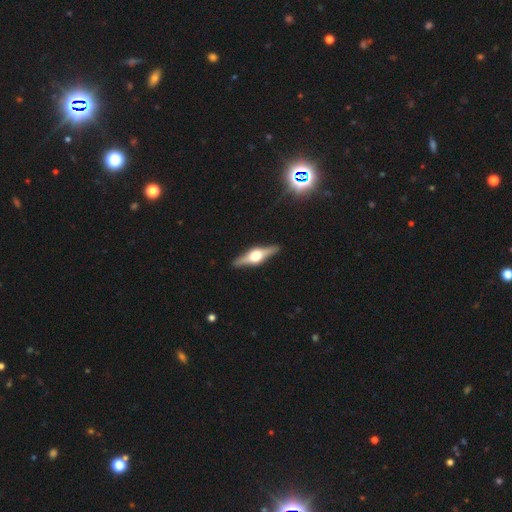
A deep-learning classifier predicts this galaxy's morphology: Smooth or featured: featured or disk — 80% (smooth — 14%)
Edge-on disk: yes — 98% (no — 2%)
Edge-on bulge: rounded — 94% (boxy — 5%)
Merging: none — 91% (minor disturbance — 7%)